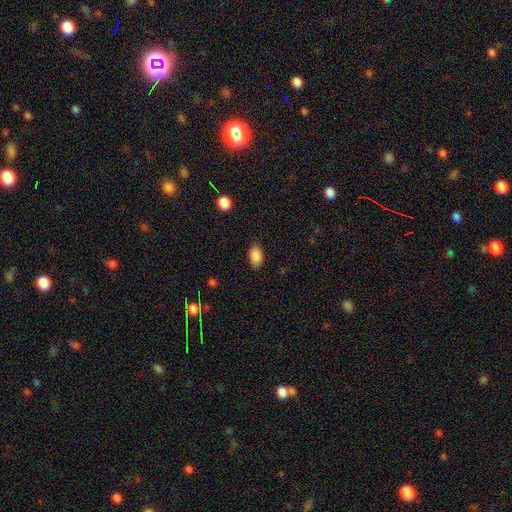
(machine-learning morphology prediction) Smooth or featured? Predicted: smooth (p=0.88). How rounded? Predicted: in between (p=0.92). Merging? Predicted: none (p=0.85).